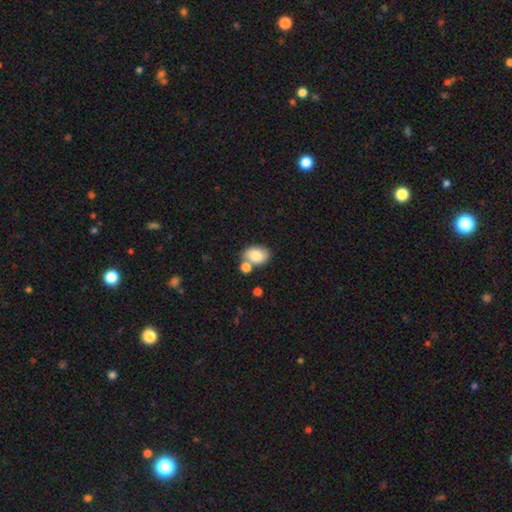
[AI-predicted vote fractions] Morphology: type=smooth (80%); roundness=in between (79%); merging=none (55%).